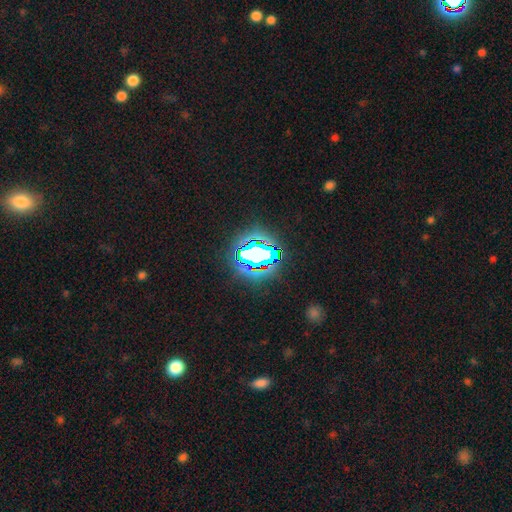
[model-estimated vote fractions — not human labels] A star or artifact, not a galaxy (64%).